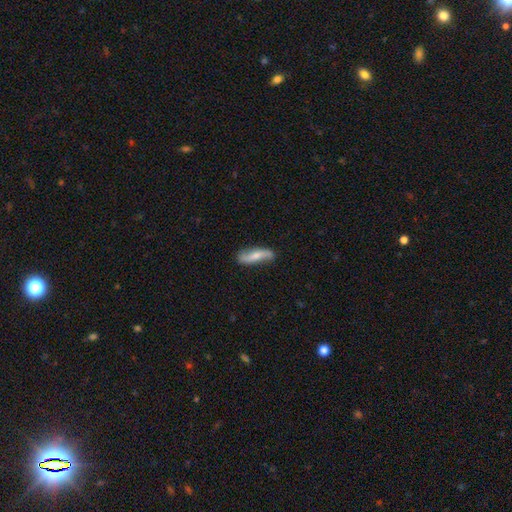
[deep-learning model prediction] This is possibly a featured or disk galaxy (54%). It is likely not viewed edge-on (77%). Merging: likely none (76%).